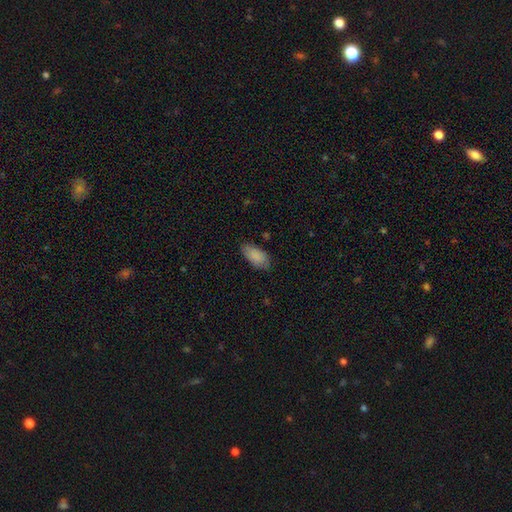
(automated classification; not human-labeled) A smooth galaxy with no disk features (87%) that is in between round and cigar-shaped (93%).

Vote fractions:
- Smooth or featured? smooth: 87% / featured or disk: 7% / star or artifact: 6%
- How rounded? in between: 93% / cigar-shaped: 5% / round: 2%
- Merging? none: 78% / minor disturbance: 18% / major disturbance: 3% / merger: 1%